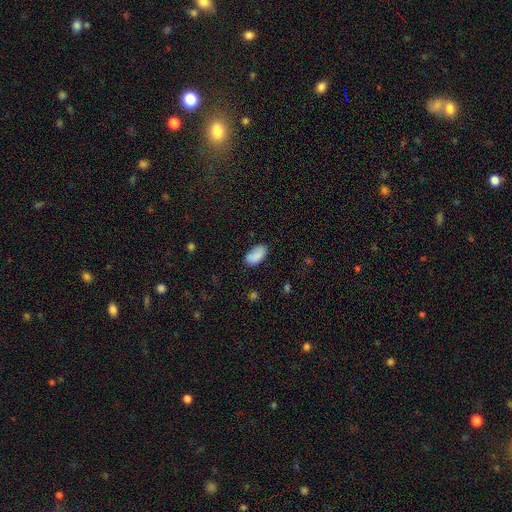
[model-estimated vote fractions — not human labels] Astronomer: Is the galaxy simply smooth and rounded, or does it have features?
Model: smooth — 85%.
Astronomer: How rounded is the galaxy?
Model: in between — 94%.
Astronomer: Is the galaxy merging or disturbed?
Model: none — 71%.